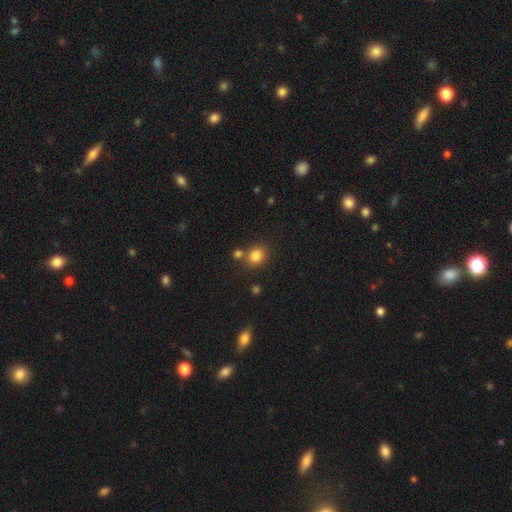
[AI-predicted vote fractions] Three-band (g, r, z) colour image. It shows a smooth galaxy with no disk features (83%) that is round (72%). Merging: none (69%).